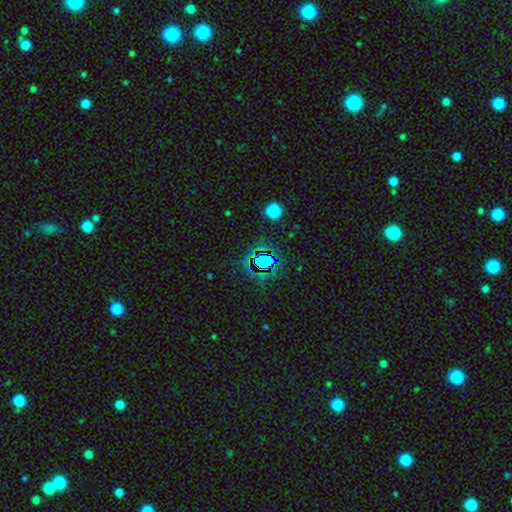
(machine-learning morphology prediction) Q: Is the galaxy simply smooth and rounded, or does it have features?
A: star or artifact — 76%.